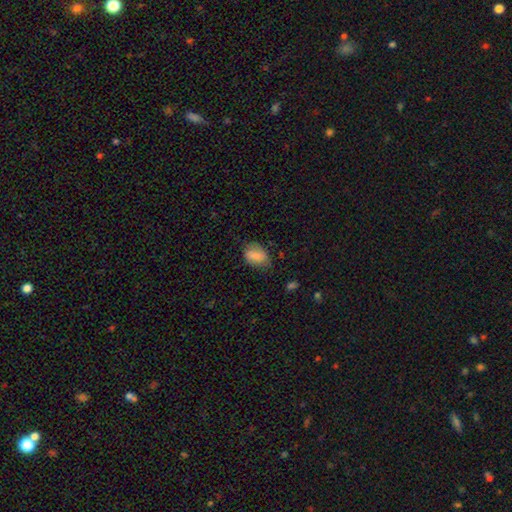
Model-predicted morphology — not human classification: The model was most divided on "merging": none: 62%, minor disturbance: 28%, major disturbance: 8%, merger: 2%. More confident: how rounded — in between (83%); smooth or featured — smooth (81%).